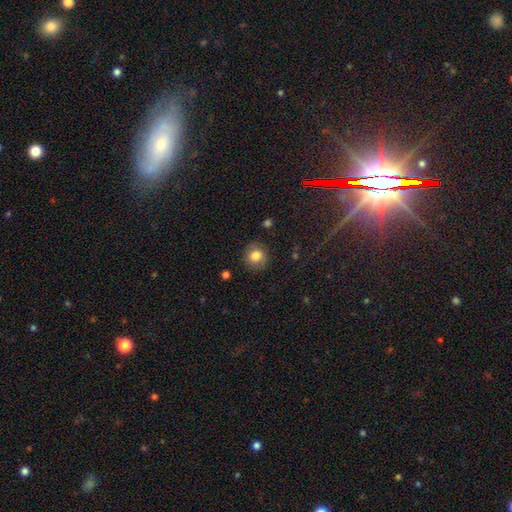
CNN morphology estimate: Smooth or featured: smooth — 79% (featured or disk — 11%)
How rounded: round — 81% (in between — 18%)
Merging: none — 82% (minor disturbance — 13%)